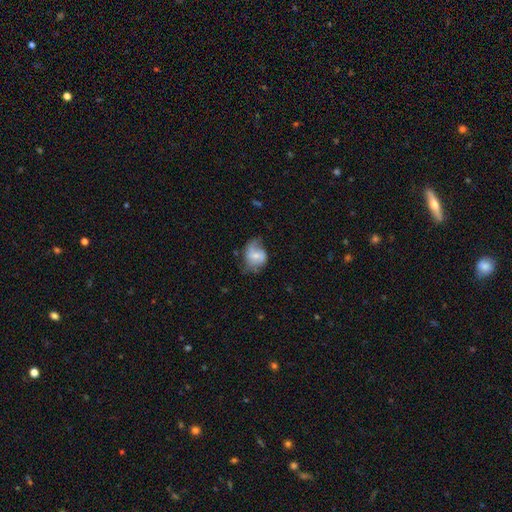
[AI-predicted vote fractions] This is possibly a smooth galaxy (48%). Merging: marginally none (41%).